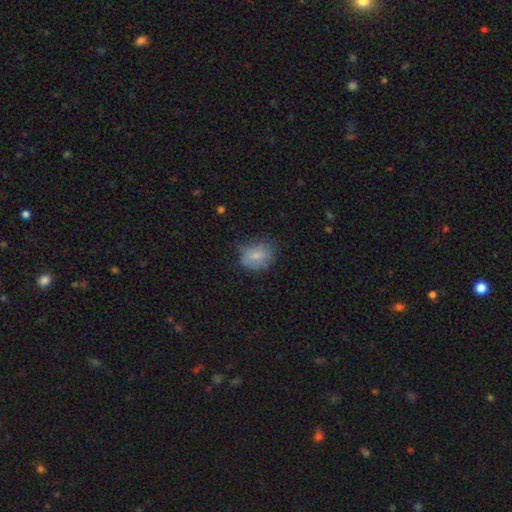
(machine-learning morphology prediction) A smooth galaxy with no disk features (78%) that is in between round and cigar-shaped (53%). Merging: none (62%).